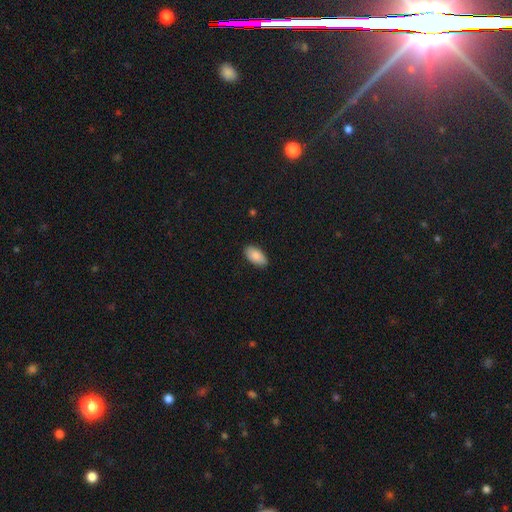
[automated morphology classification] Smooth or featured?
  - smooth: 88% *
  - featured or disk: 6%
  - star or artifact: 6%
How rounded?
  - in between: 94% *
  - cigar-shaped: 4%
  - round: 2%
Merging?
  - none: 88% *
  - minor disturbance: 10%
  - major disturbance: 2%
  - merger: 1%